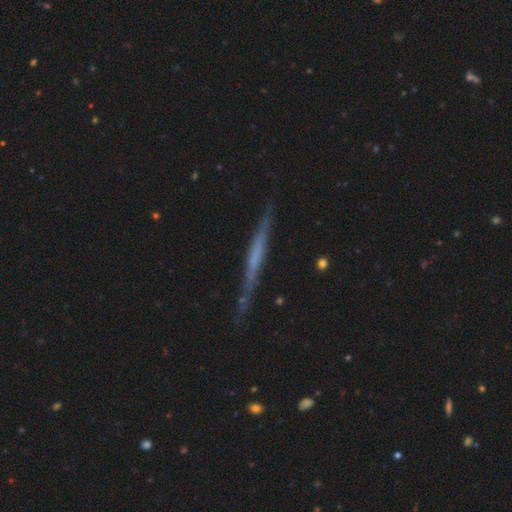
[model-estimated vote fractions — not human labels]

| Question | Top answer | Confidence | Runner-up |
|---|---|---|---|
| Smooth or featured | featured or disk | 62% | smooth (31%) |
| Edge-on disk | yes | 95% | no (5%) |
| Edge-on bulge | none | 73% | boxy (15%) |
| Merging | none | 79% | minor disturbance (15%) |